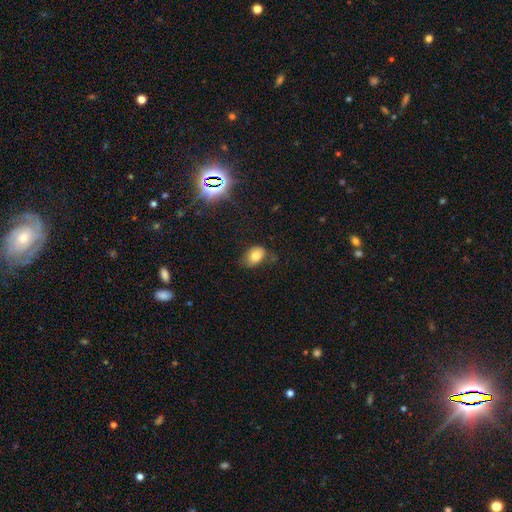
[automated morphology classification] A smooth galaxy with no disk features (78%) that is in between round and cigar-shaped (80%). Merging: none (60%).